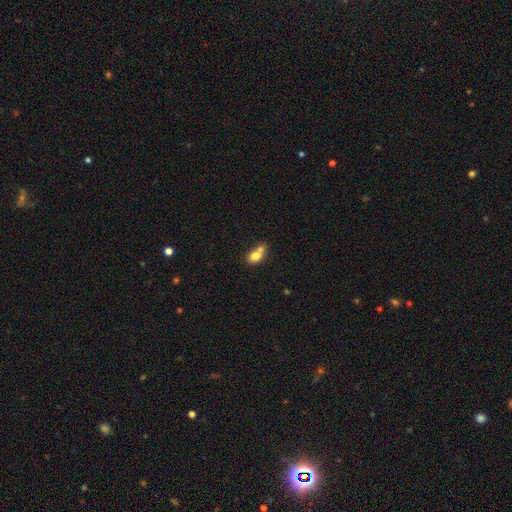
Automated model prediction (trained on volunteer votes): Smooth or featured? Predicted: smooth (p=0.75). How rounded? Predicted: in between (p=0.65). Merging? Predicted: merger (p=0.52).